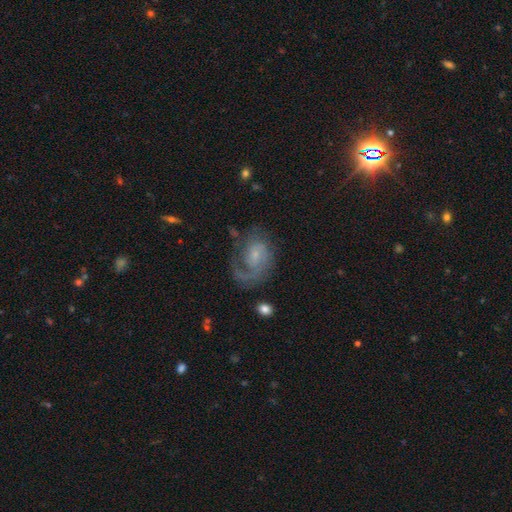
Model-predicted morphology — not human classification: The model was most divided on "spiral winding": medium: 42%, tight: 37%, loose: 21%. More confident: edge-on disk — no (98%); spiral arms — yes (93%); smooth or featured — featured or disk (79%); bulge size — small (65%); bar — no (65%); merging — none (60%); spiral arm count — 1 (56%).